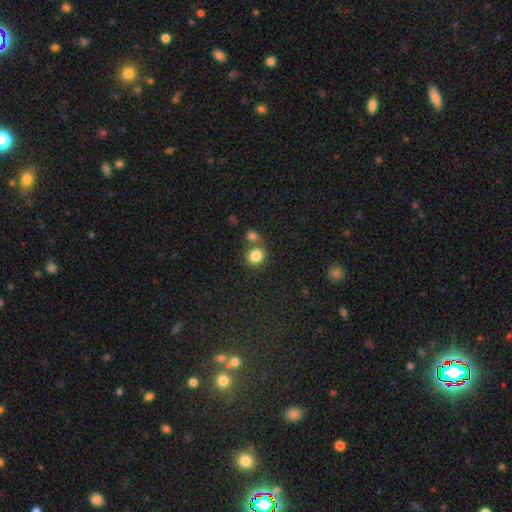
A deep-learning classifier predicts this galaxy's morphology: type=smooth (83%); roundness=round (72%); merging=none (55%).